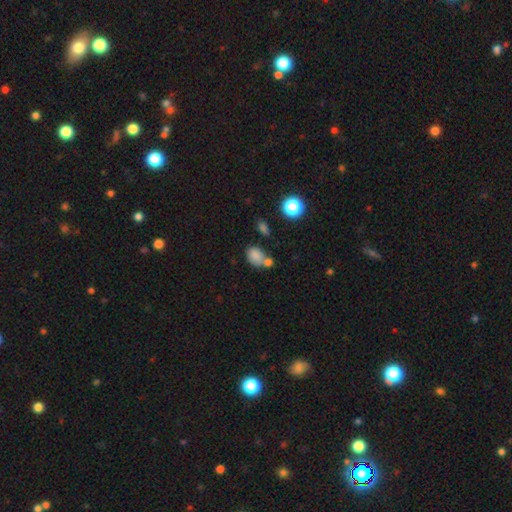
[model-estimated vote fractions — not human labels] This appears to be a smooth galaxy with no disk features (80%) that is in between round and cigar-shaped (67%). Merging: merger (44%).